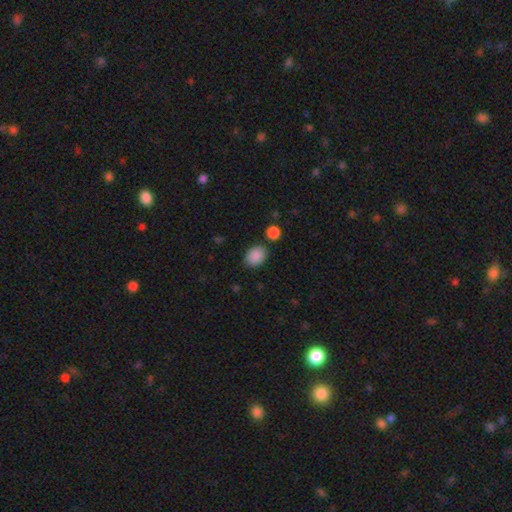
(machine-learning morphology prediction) smooth-or-featured: smooth: 88% | star or artifact: 8% | featured or disk: 3%
  how-rounded: in between: 66% | round: 33% | cigar-shaped: 1%
  merging: none: 81% | minor disturbance: 12% | merger: 4% | major disturbance: 3%